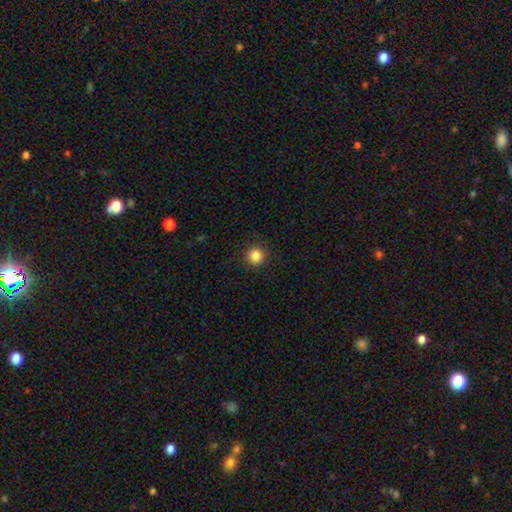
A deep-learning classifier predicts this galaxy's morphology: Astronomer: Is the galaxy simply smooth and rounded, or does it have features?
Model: smooth — 85%.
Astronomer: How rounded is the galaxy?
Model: round — 95%.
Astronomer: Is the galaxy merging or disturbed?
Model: none — 91%.